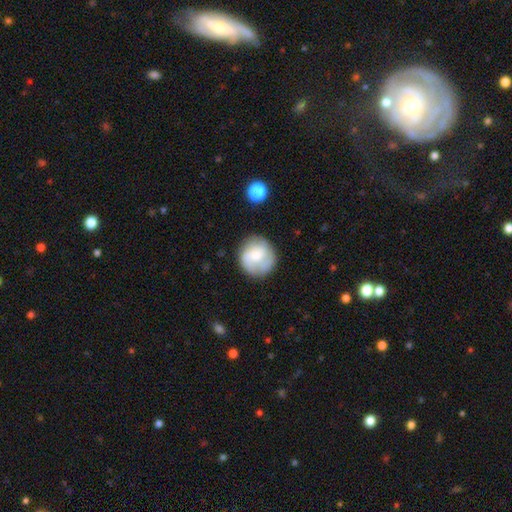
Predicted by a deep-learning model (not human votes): Q: Smooth or featured?
A: smooth (54%); runner-up: featured or disk (39%)
Q: How rounded?
A: round (90%); runner-up: in between (9%)
Q: Merging?
A: none (76%); runner-up: minor disturbance (16%)